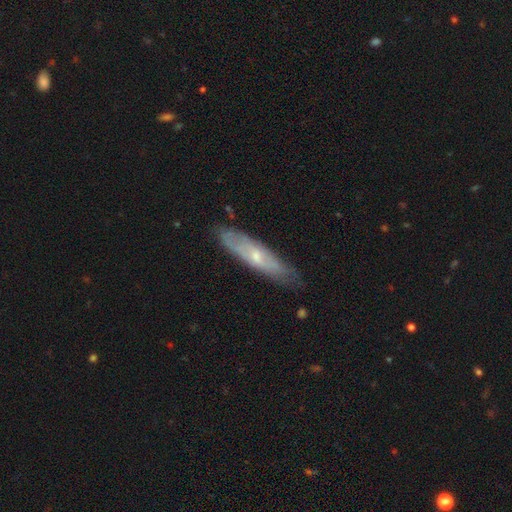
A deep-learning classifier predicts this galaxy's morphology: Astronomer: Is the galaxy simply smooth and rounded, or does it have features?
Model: featured or disk — 53% (runner-up: smooth, 40%).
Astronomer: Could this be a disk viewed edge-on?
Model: yes — 51% (runner-up: no, 49%).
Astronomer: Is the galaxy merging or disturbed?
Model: none — 74%.